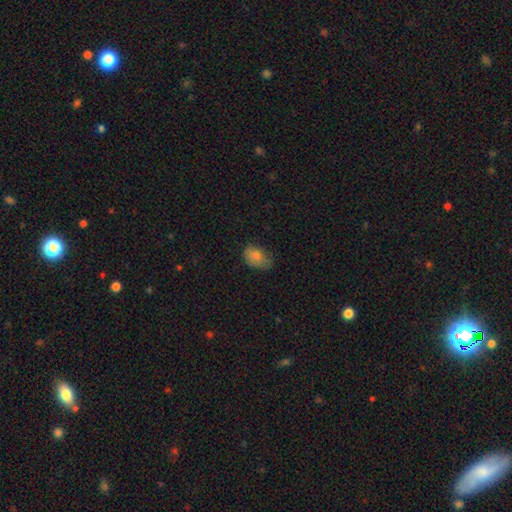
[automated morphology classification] Q: Smooth or featured?
A: smooth (78%); runner-up: featured or disk (13%)
Q: How rounded?
A: in between (83%); runner-up: round (16%)
Q: Merging?
A: none (55%); runner-up: minor disturbance (35%)